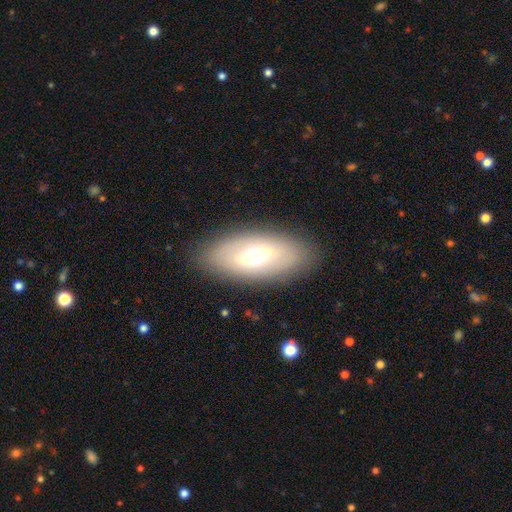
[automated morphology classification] Smooth or featured? Predicted: featured or disk (p=0.47). Merging? Predicted: none (p=0.86).